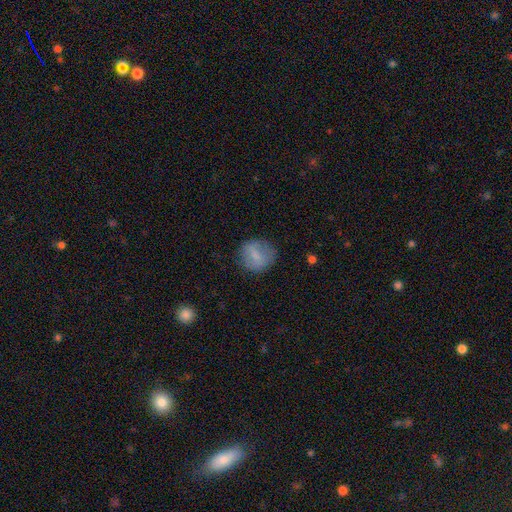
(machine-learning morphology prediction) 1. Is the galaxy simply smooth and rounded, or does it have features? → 69% smooth, 22% featured or disk, 8% star or artifact.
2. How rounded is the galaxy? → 80% round, 19% in between, 1% cigar-shaped.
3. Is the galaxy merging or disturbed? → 77% none, 16% minor disturbance, 6% major disturbance, 1% merger.